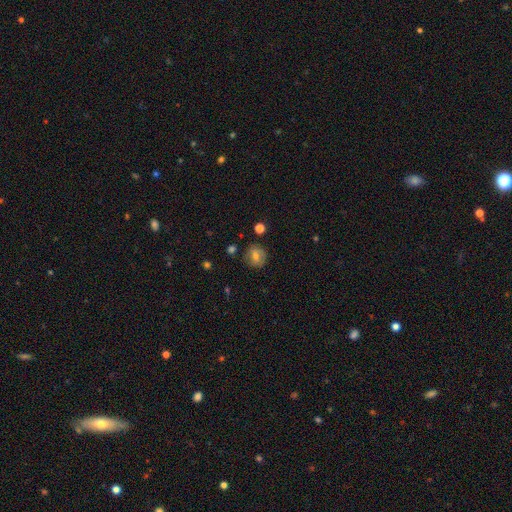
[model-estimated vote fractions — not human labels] This is likely a smooth galaxy (60%). How rounded: likely round (78%). Merging: clearly none (80%).